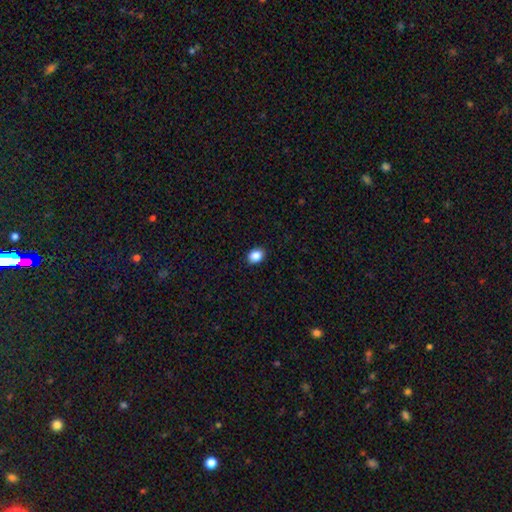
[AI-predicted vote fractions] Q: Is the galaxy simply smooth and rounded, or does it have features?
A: smooth — 87%.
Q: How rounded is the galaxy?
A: in between — 61%.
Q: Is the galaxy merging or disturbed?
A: none — 91%.